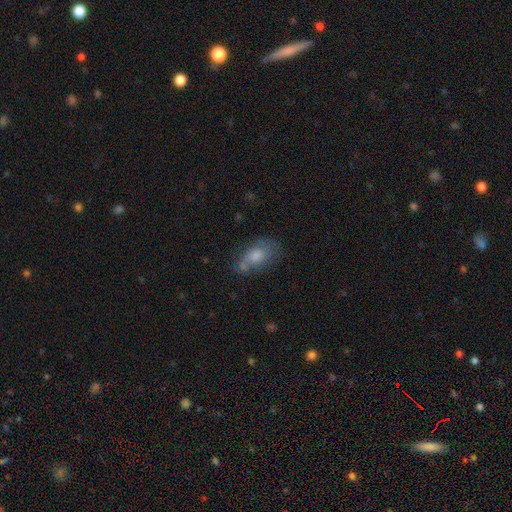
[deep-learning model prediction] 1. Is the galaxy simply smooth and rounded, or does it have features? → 55% smooth, 33% featured or disk, 12% star or artifact.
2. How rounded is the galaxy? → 85% in between, 11% round, 5% cigar-shaped.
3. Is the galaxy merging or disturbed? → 49% none, 28% minor disturbance, 15% major disturbance, 8% merger.